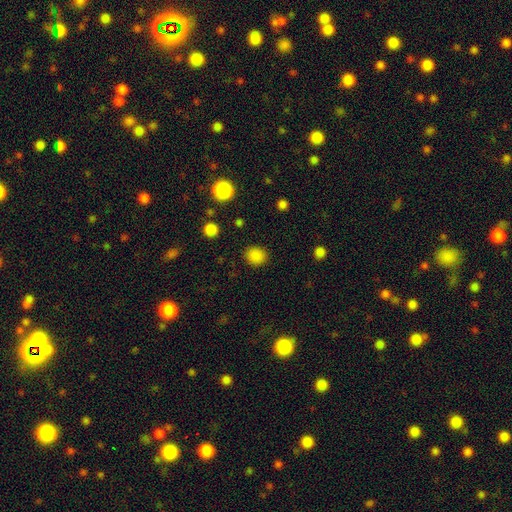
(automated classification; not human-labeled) Q: Smooth or featured?
A: smooth (85%); runner-up: star or artifact (12%)
Q: How rounded?
A: round (77%); runner-up: in between (22%)
Q: Merging?
A: none (89%); runner-up: minor disturbance (7%)